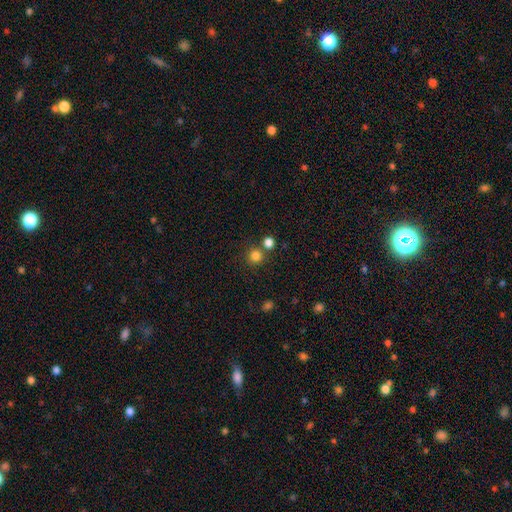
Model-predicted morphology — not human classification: A smooth galaxy with no disk features (81%) that is round (93%).

Vote fractions:
- Smooth or featured? smooth: 81% / star or artifact: 14% / featured or disk: 5%
- How rounded? round: 93% / in between: 6% / cigar-shaped: 1%
- Merging? none: 73% / merger: 17% / minor disturbance: 7% / major disturbance: 3%